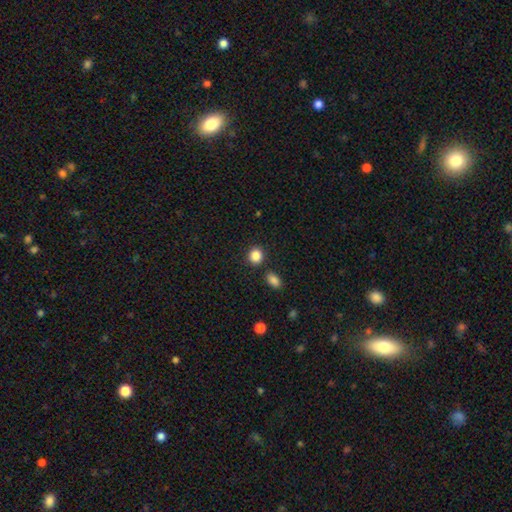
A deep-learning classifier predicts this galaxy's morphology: type=smooth (86%); roundness=round (79%); merging=none (84%).